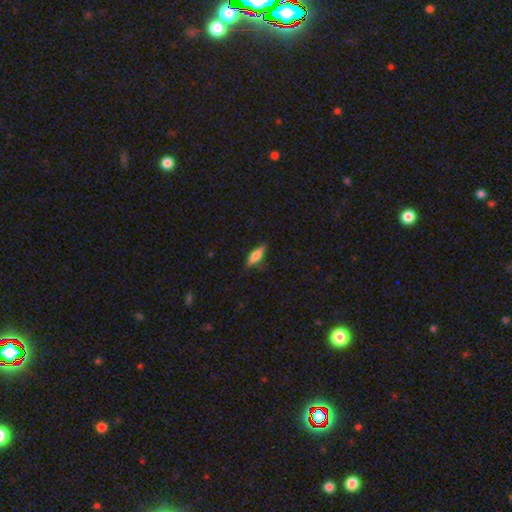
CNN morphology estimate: Smooth or featured? smooth (75%)
How rounded? in between (57%)
Merging? none (79%)